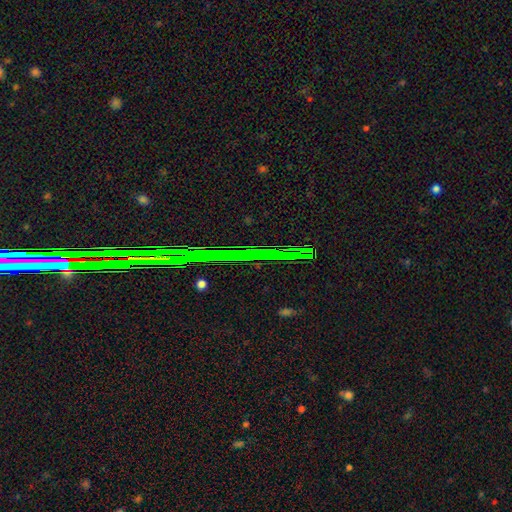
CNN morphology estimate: This is likely a star or artifact rather than a galaxy (61%).